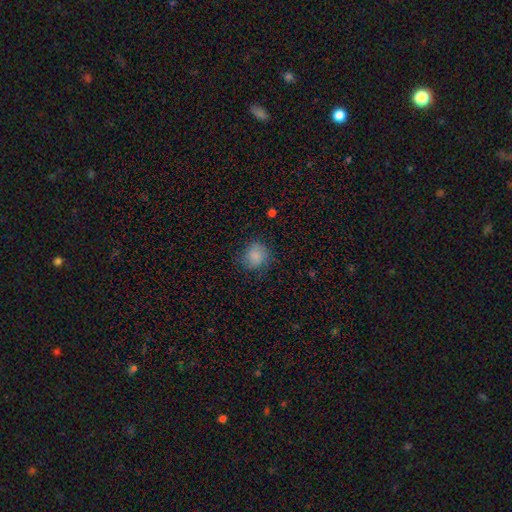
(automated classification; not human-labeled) Overall: smooth (84%). How rounded: round (82%). Merging: none (74%).